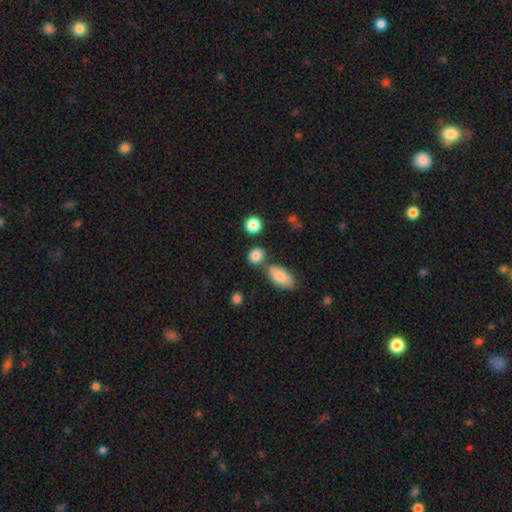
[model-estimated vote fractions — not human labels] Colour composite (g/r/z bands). It shows a smooth galaxy with no disk features (86%) that is round (70%). Merging: none (71%).